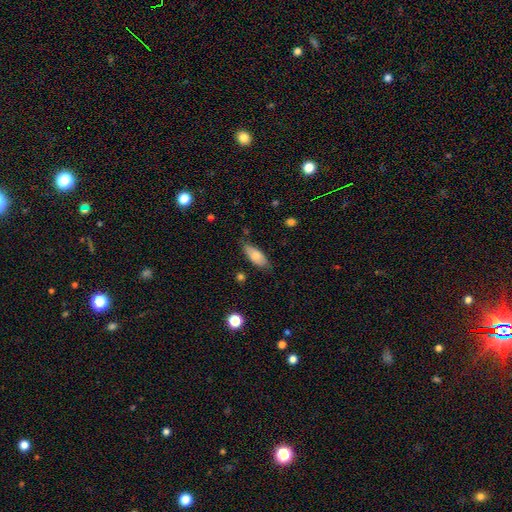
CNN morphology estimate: Overall: smooth (78%). How rounded: in between (78%). Merging: none (76%).